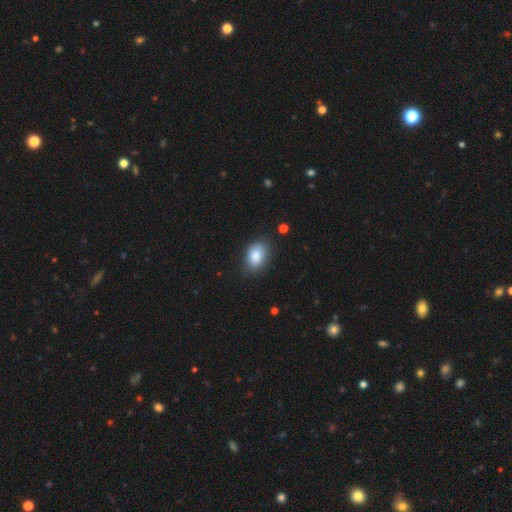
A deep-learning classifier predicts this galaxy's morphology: Overall: smooth (86%). How rounded: in between (80%). Merging: none (79%).